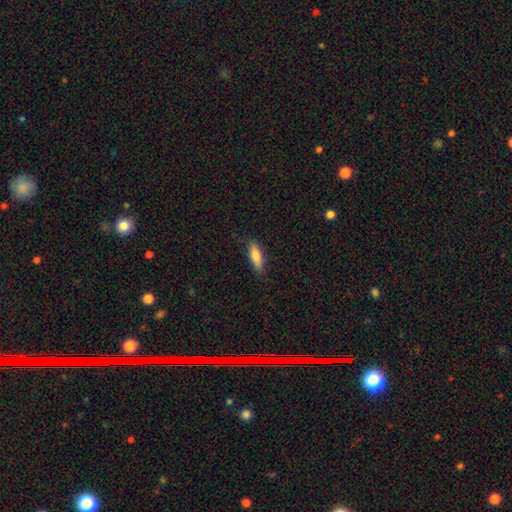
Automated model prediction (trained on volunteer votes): Q: Smooth or featured?
A: smooth (78%); runner-up: featured or disk (16%)
Q: How rounded?
A: cigar-shaped (50%); runner-up: in between (48%)
Q: Merging?
A: none (85%); runner-up: minor disturbance (12%)